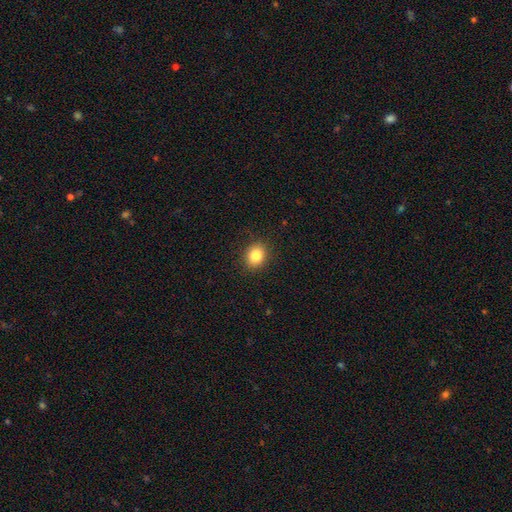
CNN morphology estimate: Smooth or featured? Predicted: smooth (p=0.85). How rounded? Predicted: round (p=0.54). Merging? Predicted: none (p=0.89).